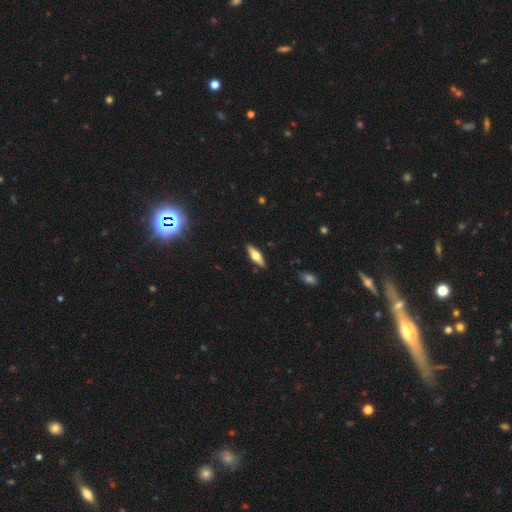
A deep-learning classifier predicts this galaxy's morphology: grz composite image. It shows a featured or disk galaxy (51%) viewed edge-on (93%). Merging: none (89%).